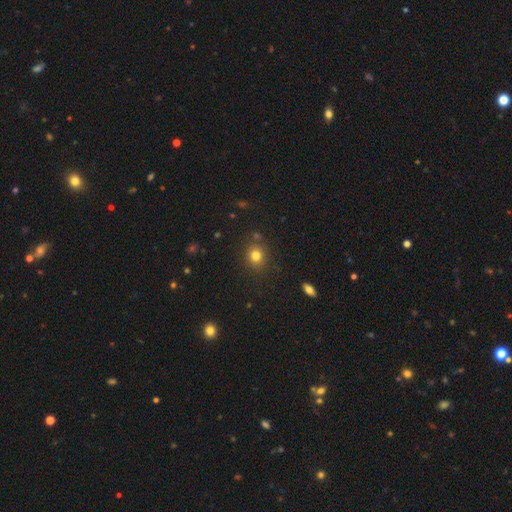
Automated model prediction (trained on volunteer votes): This is likely a smooth galaxy (79%). How rounded: likely round (78%). Merging: clearly none (83%).